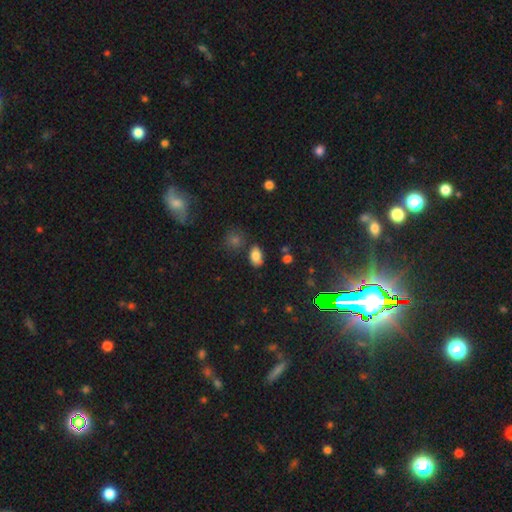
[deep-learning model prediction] smooth_or_featured: smooth (p=0.81) [alt: star or artifact p=0.12]
how_rounded: in between (p=0.88) [alt: round p=0.10]
merging: none (p=0.72) [alt: minor disturbance p=0.17]